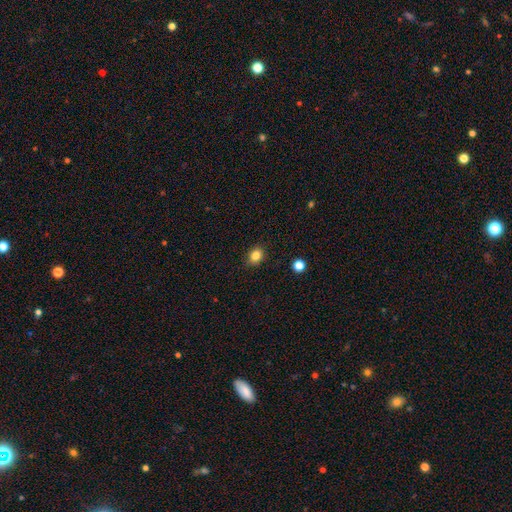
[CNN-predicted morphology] Smooth or featured? Predicted: smooth (p=0.83). How rounded? Predicted: round (p=0.63). Merging? Predicted: none (p=0.83).